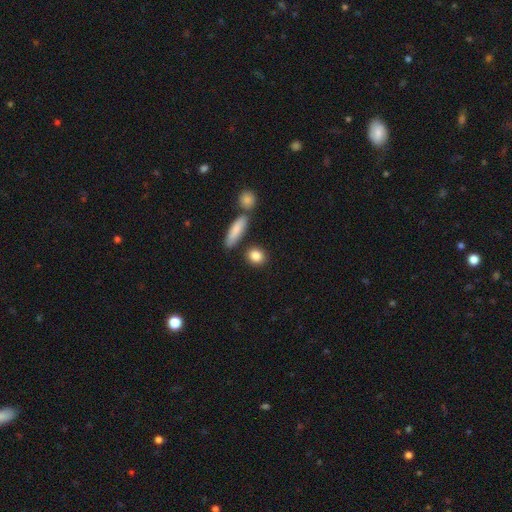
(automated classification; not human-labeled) Q: Smooth or featured?
A: smooth (86%); runner-up: star or artifact (7%)
Q: How rounded?
A: round (58%); runner-up: in between (35%)
Q: Merging?
A: none (81%); runner-up: minor disturbance (10%)